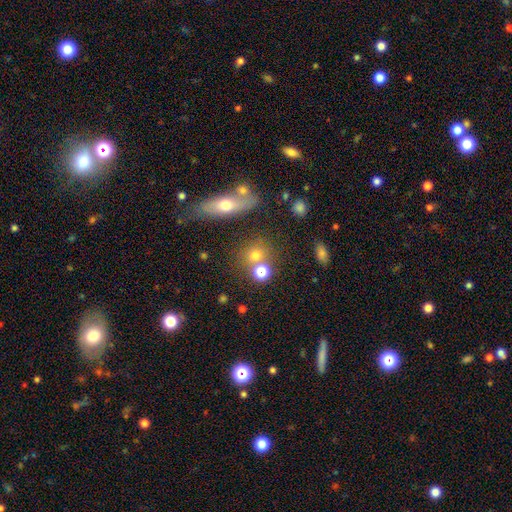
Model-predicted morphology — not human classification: type=smooth (70%); roundness=round (77%); merging=none (56%).